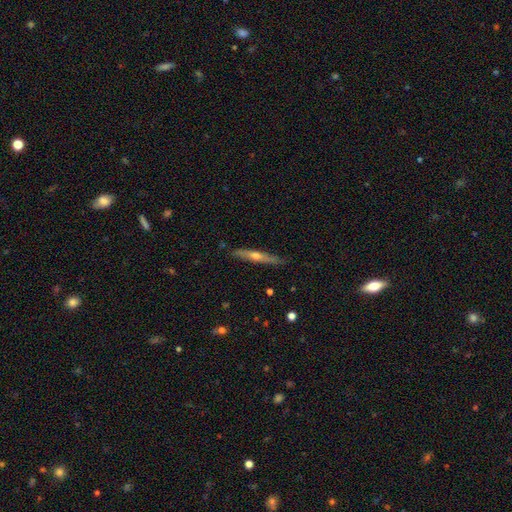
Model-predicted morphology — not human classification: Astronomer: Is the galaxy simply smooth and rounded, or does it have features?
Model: featured or disk — 61%.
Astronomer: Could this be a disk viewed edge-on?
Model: yes — 95%.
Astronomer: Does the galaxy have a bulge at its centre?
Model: rounded — 84%.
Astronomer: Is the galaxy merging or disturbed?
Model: none — 87%.